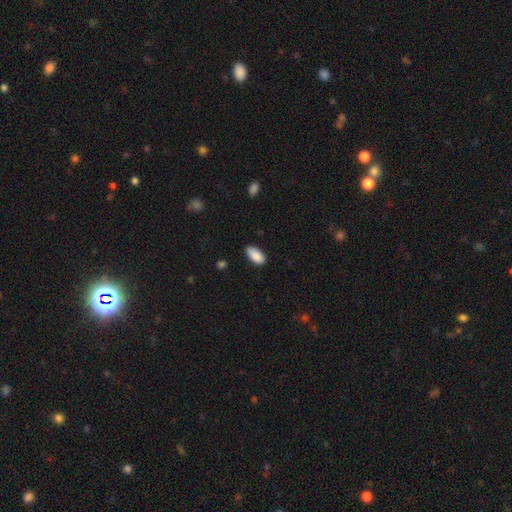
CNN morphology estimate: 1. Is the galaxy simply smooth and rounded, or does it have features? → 90% smooth, 7% star or artifact, 4% featured or disk.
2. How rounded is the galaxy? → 92% in between, 6% cigar-shaped, 2% round.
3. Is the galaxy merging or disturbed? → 82% none, 14% minor disturbance, 2% major disturbance, 1% merger.